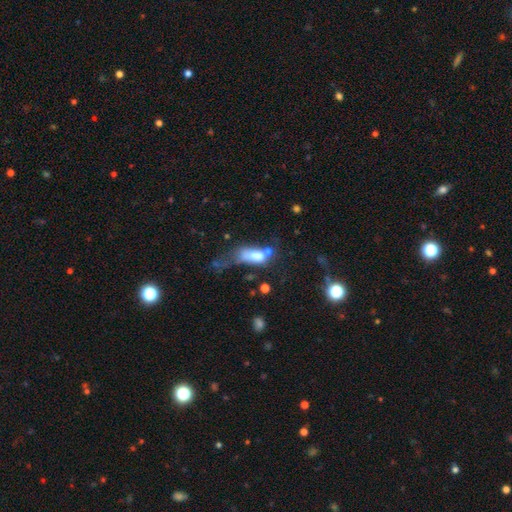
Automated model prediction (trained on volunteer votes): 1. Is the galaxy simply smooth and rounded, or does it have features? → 64% smooth, 25% featured or disk, 11% star or artifact.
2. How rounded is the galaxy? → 79% in between, 16% cigar-shaped, 5% round.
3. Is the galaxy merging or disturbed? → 37% major disturbance, 31% merger, 17% minor disturbance, 15% none.